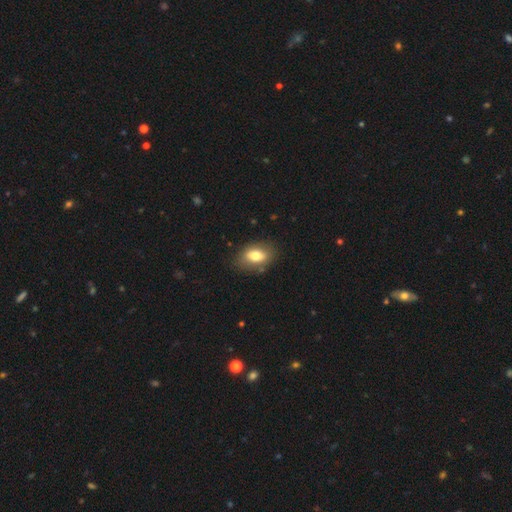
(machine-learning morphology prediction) Smooth or featured?
  - smooth: 74% *
  - featured or disk: 18%
  - star or artifact: 8%
How rounded?
  - in between: 85% *
  - round: 13%
  - cigar-shaped: 2%
Merging?
  - none: 79% *
  - minor disturbance: 15%
  - major disturbance: 4%
  - merger: 2%